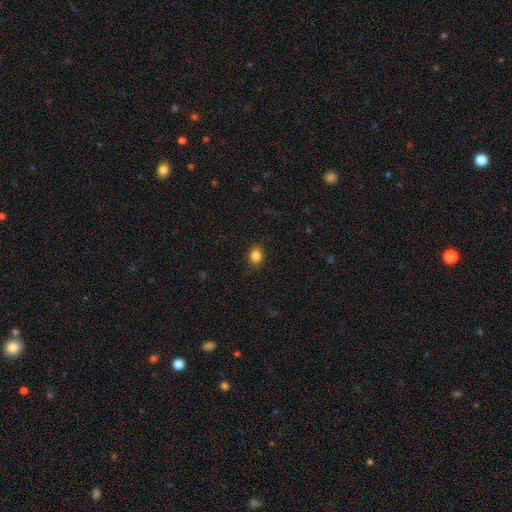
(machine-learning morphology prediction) A smooth galaxy with no disk features (85%) that is round (57%).

Vote fractions:
- Smooth or featured? smooth: 85% / star or artifact: 11% / featured or disk: 4%
- How rounded? round: 57% / in between: 42% / cigar-shaped: 1%
- Merging? none: 87% / minor disturbance: 9% / major disturbance: 2% / merger: 1%